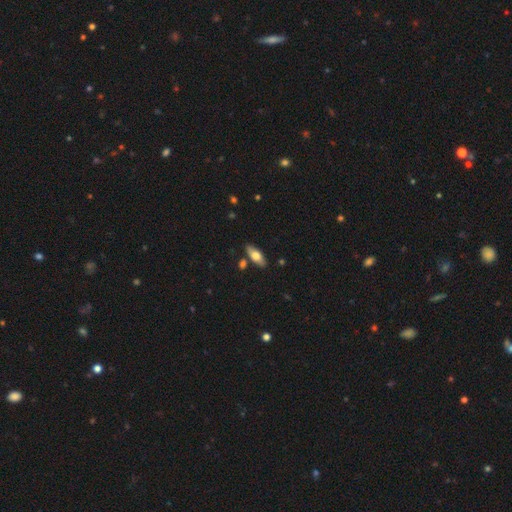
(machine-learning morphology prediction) This appears to be a smooth galaxy with no disk features (66%) that is in between round and cigar-shaped (79%). Merging: none (80%).